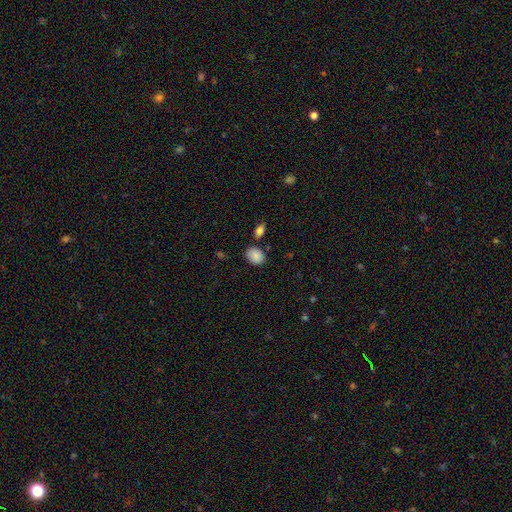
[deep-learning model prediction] Smooth or featured? smooth (87%)
How rounded? in between (65%)
Merging? none (75%)